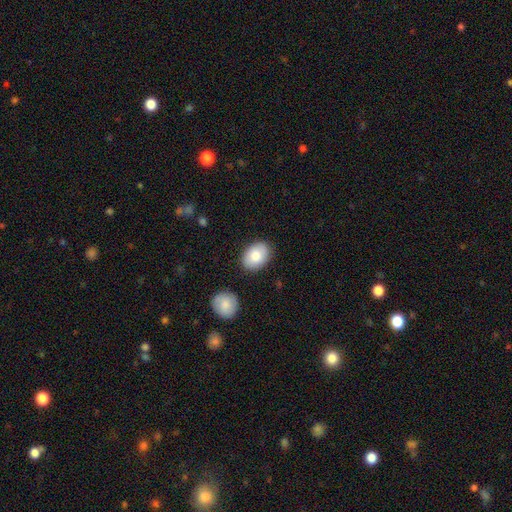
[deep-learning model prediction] Q: Smooth or featured?
A: smooth (83%); runner-up: featured or disk (11%)
Q: How rounded?
A: in between (79%); runner-up: round (20%)
Q: Merging?
A: none (84%); runner-up: minor disturbance (11%)